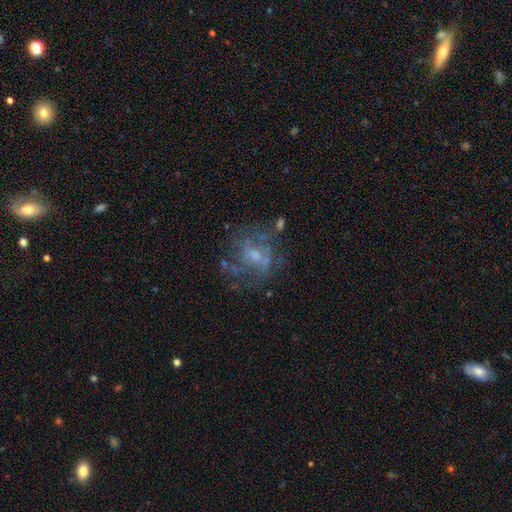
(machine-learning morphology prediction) type=featured or disk (65%); edge-on=no (97%); bar=no (63%); spiral arms=yes (54%); bulge=moderate (44%); merging=none (59%).